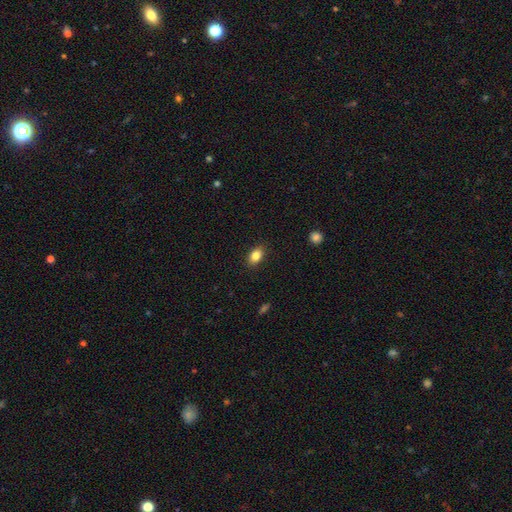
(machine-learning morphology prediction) Smooth or featured? smooth (84%)
How rounded? in between (81%)
Merging? none (88%)